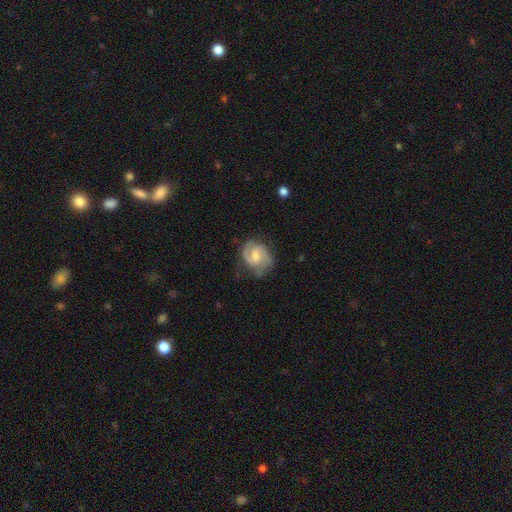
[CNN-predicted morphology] Smooth or featured: featured or disk — 77% (smooth — 18%)
Edge-on disk: no — 98% (yes — 2%)
Bar: weak — 52% (no — 39%)
Spiral arms: yes — 95% (no — 5%)
Spiral winding: medium — 50% (tight — 35%)
Spiral arm count: 2 — 84% (can't tell — 7%)
Bulge size: moderate — 50% (small — 37%)
Merging: none — 69% (minor disturbance — 22%)